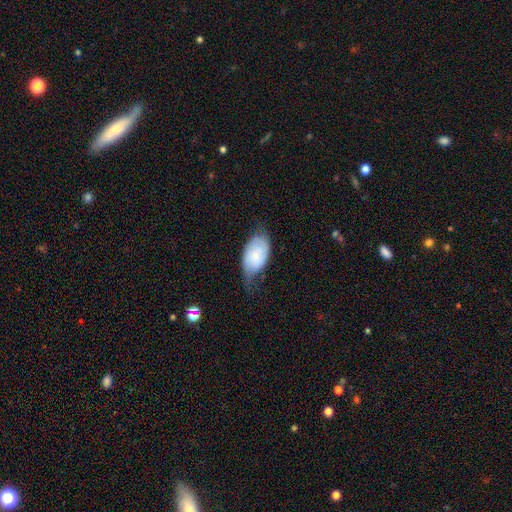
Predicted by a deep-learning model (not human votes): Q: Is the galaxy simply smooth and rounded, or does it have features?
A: smooth — 59%.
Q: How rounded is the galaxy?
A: in between — 92%.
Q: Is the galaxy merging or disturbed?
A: minor disturbance — 42%.